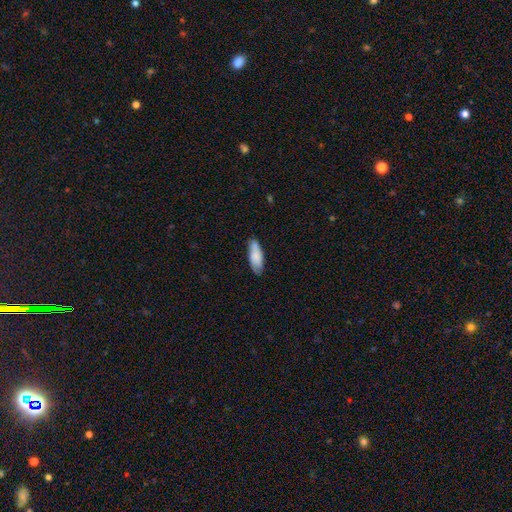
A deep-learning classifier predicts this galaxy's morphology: Overall: smooth (79%). How rounded: in between (63%; cigar-shaped 35%). Merging: none (72%).